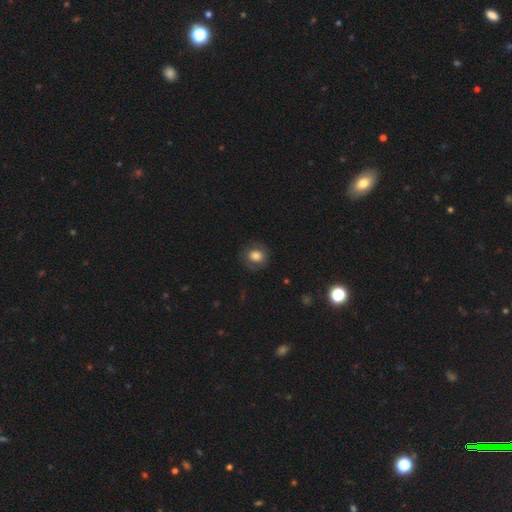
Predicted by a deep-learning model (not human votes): smooth 76%, featured or disk 14%, star or artifact 10%. Down the decision tree: how rounded — round (77%); merging — none (80%).